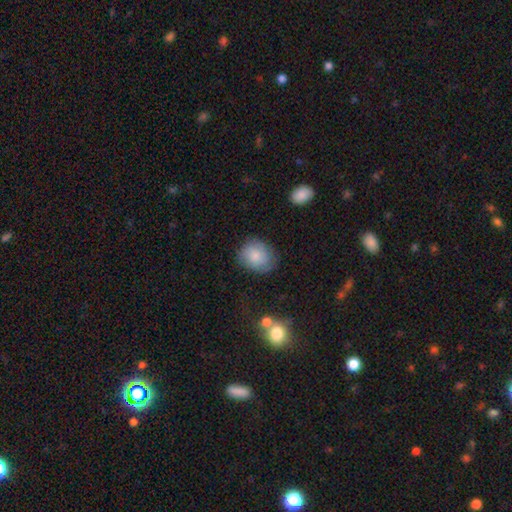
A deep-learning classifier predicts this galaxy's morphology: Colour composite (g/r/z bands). It shows a smooth galaxy with no disk features (76%) that is round (61%). Merging: none (74%).